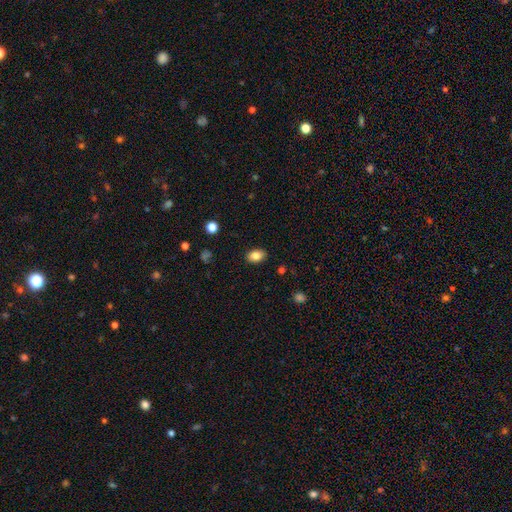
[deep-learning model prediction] This appears to be a smooth galaxy with no disk features (85%) that is in between round and cigar-shaped (84%). Merging: none (88%).